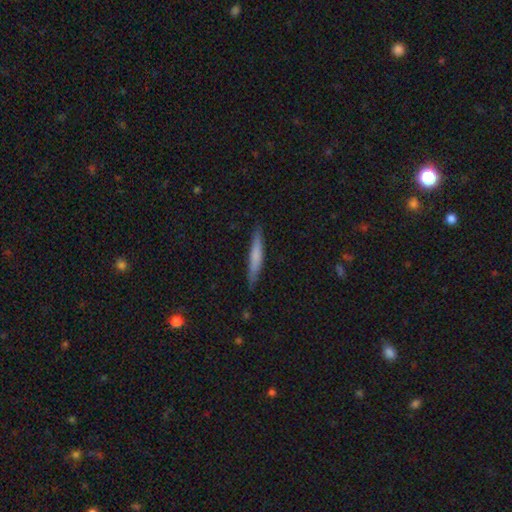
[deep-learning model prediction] Q: Smooth or featured?
A: smooth (65%); runner-up: featured or disk (29%)
Q: How rounded?
A: cigar-shaped (94%); runner-up: in between (5%)
Q: Merging?
A: none (87%); runner-up: minor disturbance (10%)